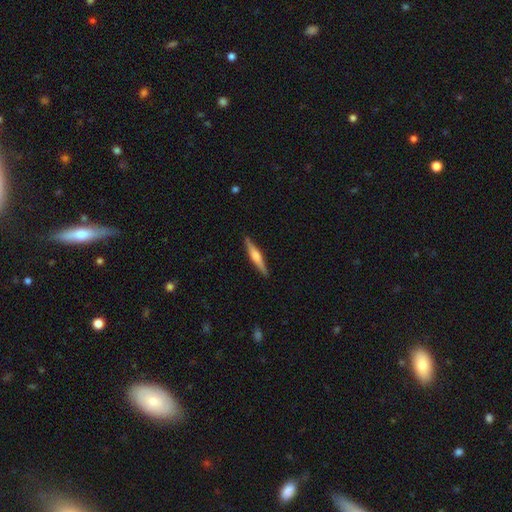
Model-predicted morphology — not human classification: Smooth or featured?
  - featured or disk: 61% *
  - smooth: 34%
  - star or artifact: 5%
Edge-on disk?
  - yes: 97% *
  - no: 3%
Edge-on bulge?
  - rounded: 75% *
  - boxy: 17%
  - none: 8%
Merging?
  - none: 90% *
  - minor disturbance: 8%
  - major disturbance: 2%
  - merger: 1%